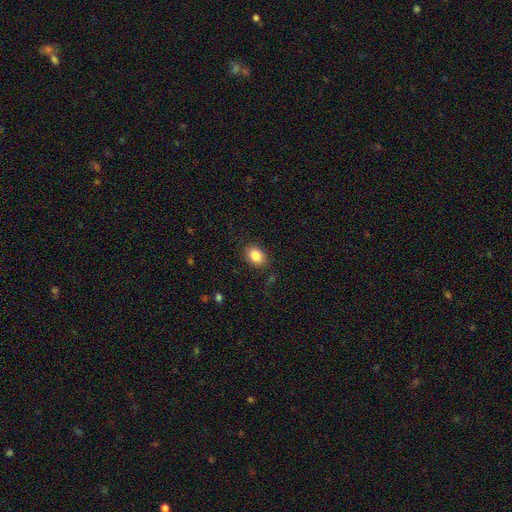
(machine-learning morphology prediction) Q: Smooth or featured?
A: smooth (86%); runner-up: star or artifact (8%)
Q: How rounded?
A: in between (70%); runner-up: round (29%)
Q: Merging?
A: none (84%); runner-up: minor disturbance (11%)